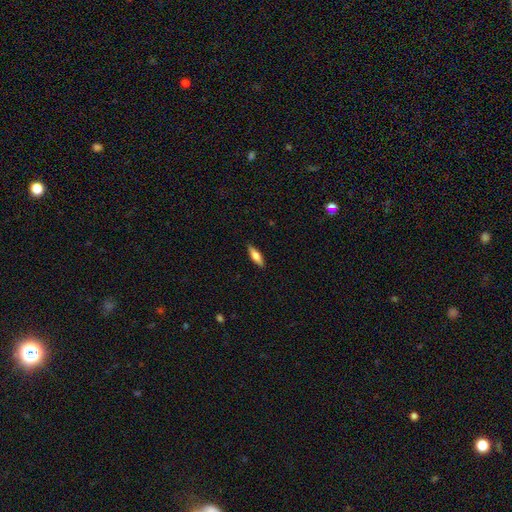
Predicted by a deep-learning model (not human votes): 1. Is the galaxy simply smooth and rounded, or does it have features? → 59% smooth, 35% featured or disk, 6% star or artifact.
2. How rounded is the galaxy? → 54% cigar-shaped, 43% in between, 2% round.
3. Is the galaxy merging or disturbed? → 90% none, 8% minor disturbance, 2% major disturbance, 1% merger.